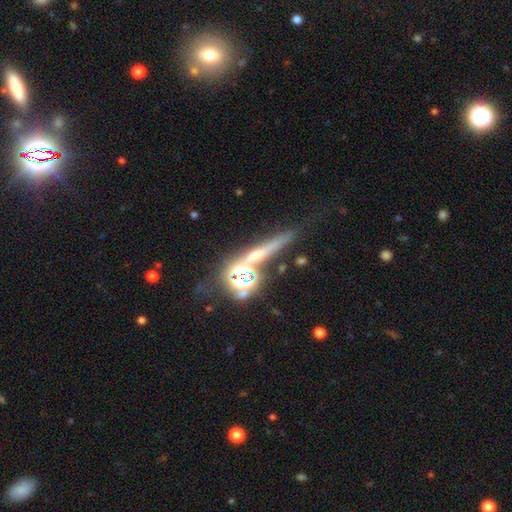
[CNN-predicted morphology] type=star or artifact (40%).